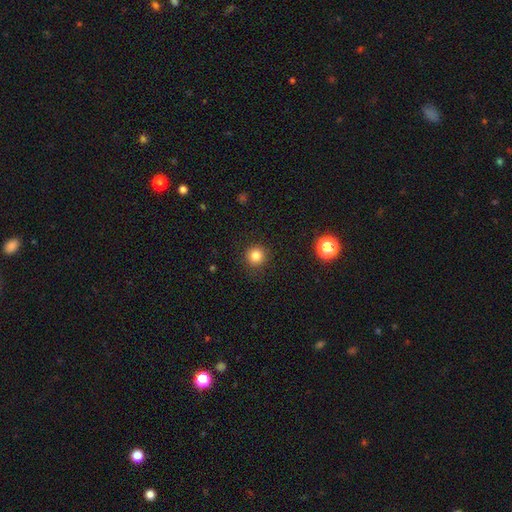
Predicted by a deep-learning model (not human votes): A smooth galaxy with no disk features (82%) that is round (94%). Merging: none (91%).